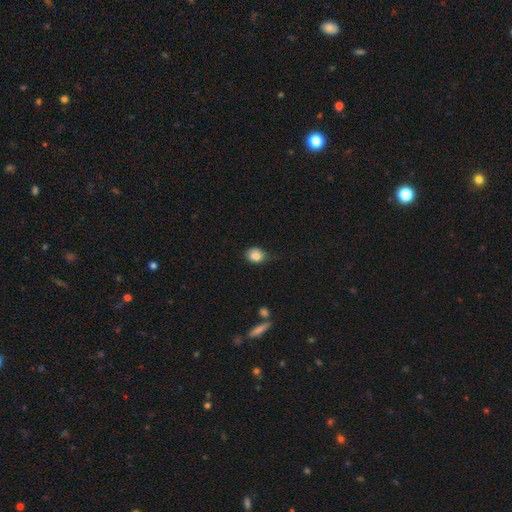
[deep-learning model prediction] Smooth or featured? smooth (85%)
How rounded? round (58%)
Merging? none (49%)